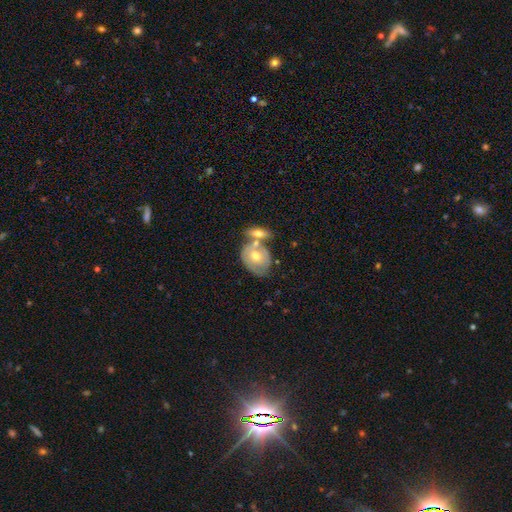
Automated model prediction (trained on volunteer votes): Q: Smooth or featured?
A: featured or disk (48%); runner-up: smooth (46%)
Q: Merging?
A: merger (48%); runner-up: none (32%)